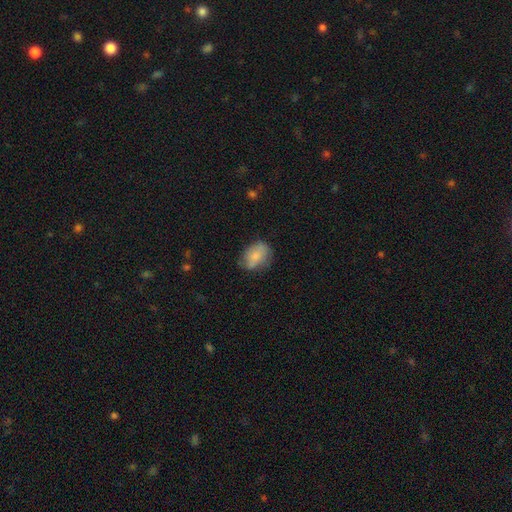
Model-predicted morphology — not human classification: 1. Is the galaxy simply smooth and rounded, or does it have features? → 75% smooth, 18% featured or disk, 8% star or artifact.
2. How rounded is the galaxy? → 70% in between, 29% round, 1% cigar-shaped.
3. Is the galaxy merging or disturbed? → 61% none, 28% minor disturbance, 8% major disturbance, 4% merger.